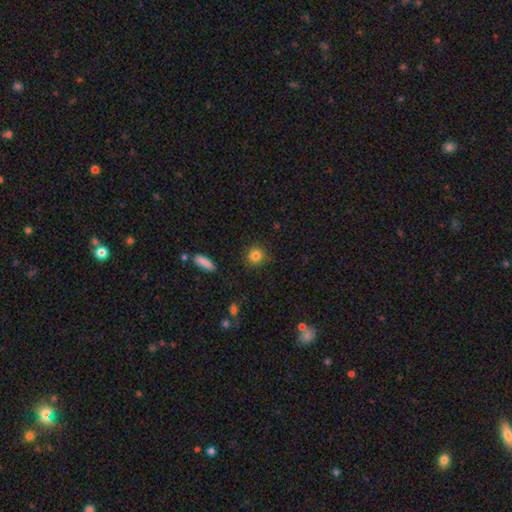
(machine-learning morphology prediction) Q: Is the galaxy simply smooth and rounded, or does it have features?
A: smooth — 83%.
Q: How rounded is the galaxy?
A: round — 90%.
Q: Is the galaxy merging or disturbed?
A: none — 88%.